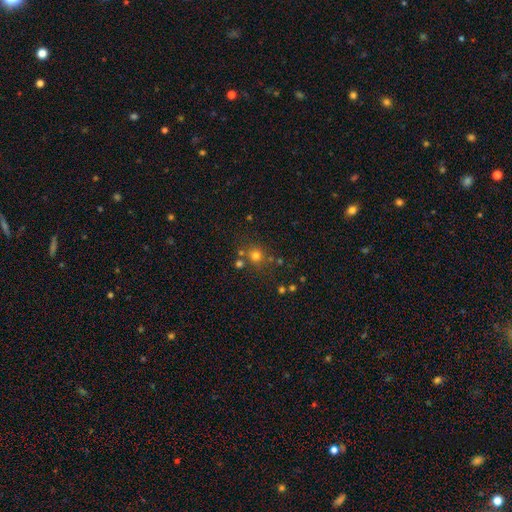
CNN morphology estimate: Smooth or featured: smooth — 72% (star or artifact — 19%)
How rounded: round — 90% (in between — 9%)
Merging: none — 71% (merger — 15%)